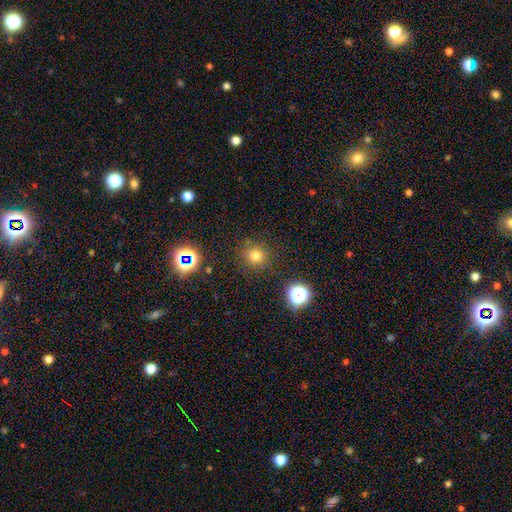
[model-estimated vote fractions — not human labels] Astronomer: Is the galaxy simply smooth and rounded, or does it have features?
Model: smooth — 74%.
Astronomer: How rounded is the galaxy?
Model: round — 91%.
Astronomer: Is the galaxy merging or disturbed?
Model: none — 85%.